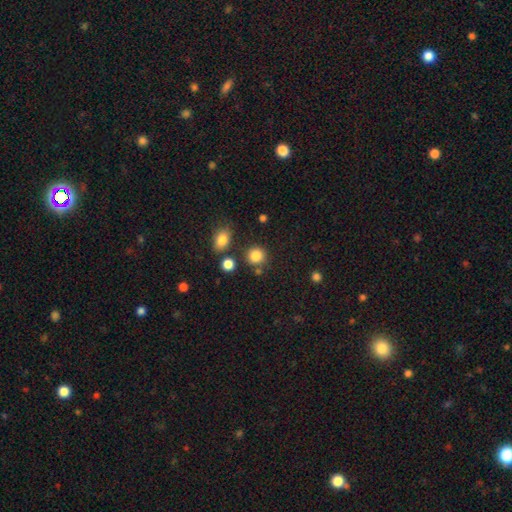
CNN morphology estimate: smooth-or-featured: smooth: 85% | star or artifact: 11% | featured or disk: 4%
  how-rounded: round: 86% | in between: 13% | cigar-shaped: 1%
  merging: none: 78% | minor disturbance: 10% | merger: 8% | major disturbance: 4%